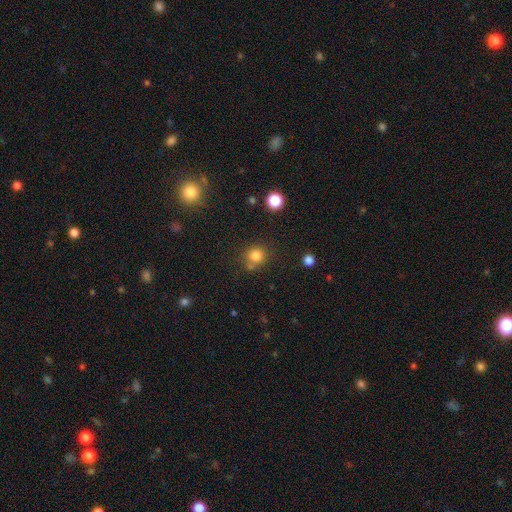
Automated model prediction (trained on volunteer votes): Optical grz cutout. It shows a smooth galaxy with no disk features (80%) that is round (91%). Merging: none (73%).